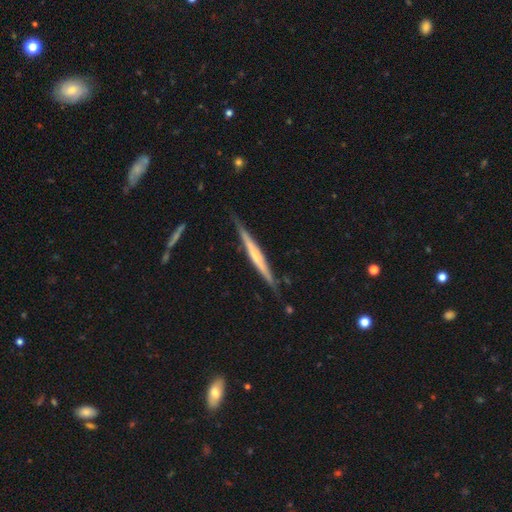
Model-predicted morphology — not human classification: smooth-or-featured: featured or disk: 65% | smooth: 29% | star or artifact: 6%
  disk-edge-on: yes: 97% | no: 3%
    edge-on-bulge: rounded: 49% | none: 41% | boxy: 10%
  merging: none: 81% | minor disturbance: 14% | major disturbance: 2% | merger: 2%